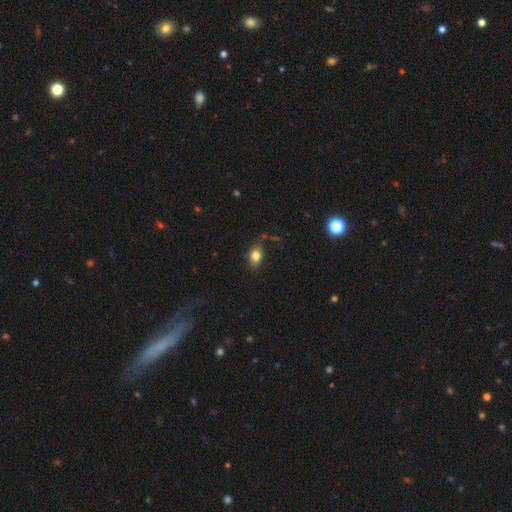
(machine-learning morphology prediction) The model was most divided on "how rounded": in between: 75%, round: 23%, cigar-shaped: 2%. More confident: smooth or featured — smooth (82%); merging — none (78%).